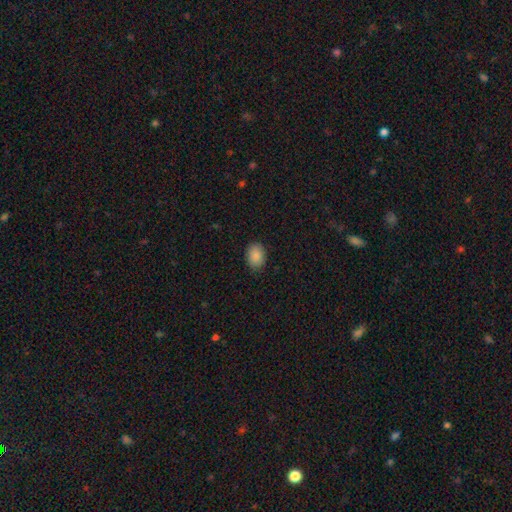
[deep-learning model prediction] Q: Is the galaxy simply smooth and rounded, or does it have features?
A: smooth — 88%.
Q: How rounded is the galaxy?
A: in between — 73%.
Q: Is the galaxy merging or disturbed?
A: none — 87%.